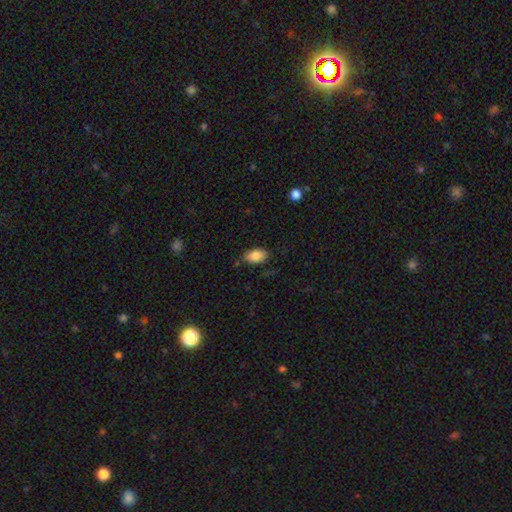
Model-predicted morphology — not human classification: Smooth or featured?
  - smooth: 85% *
  - star or artifact: 8%
  - featured or disk: 7%
How rounded?
  - in between: 92% *
  - round: 6%
  - cigar-shaped: 2%
Merging?
  - none: 77% *
  - minor disturbance: 17%
  - major disturbance: 4%
  - merger: 2%